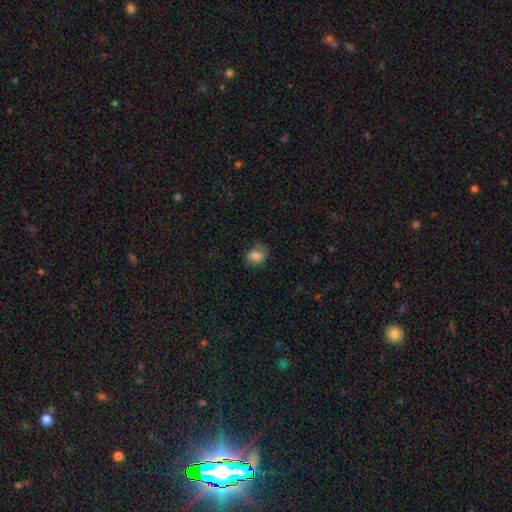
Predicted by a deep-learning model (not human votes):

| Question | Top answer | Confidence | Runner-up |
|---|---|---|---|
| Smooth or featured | smooth | 76% | featured or disk (14%) |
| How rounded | round | 56% | in between (43%) |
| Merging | none | 59% | minor disturbance (27%) |